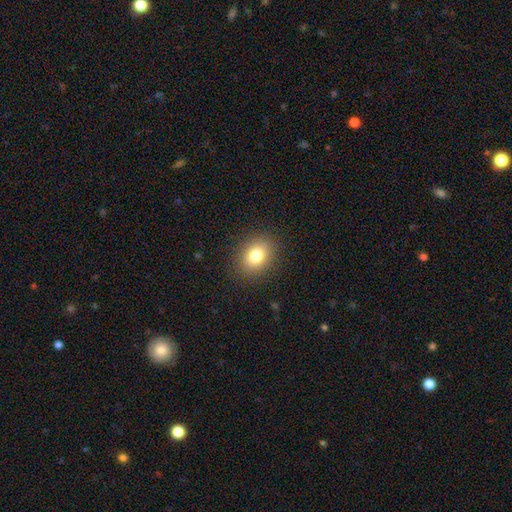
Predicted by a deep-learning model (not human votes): smooth 80%, star or artifact 11%, featured or disk 9%. Down the decision tree: how rounded — round (50%); merging — none (89%).